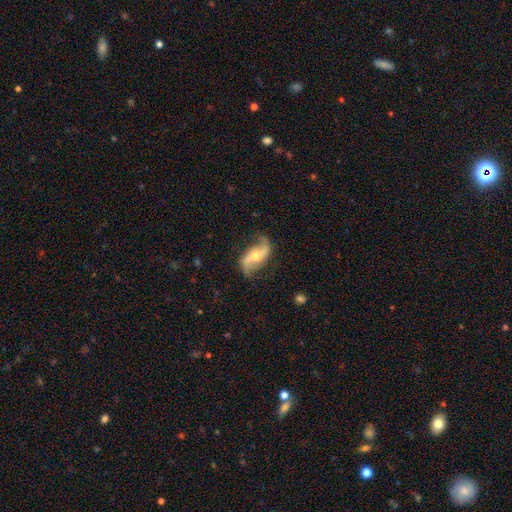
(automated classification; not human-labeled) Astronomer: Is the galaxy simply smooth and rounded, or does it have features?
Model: featured or disk — 86%.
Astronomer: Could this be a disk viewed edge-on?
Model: no — 95%.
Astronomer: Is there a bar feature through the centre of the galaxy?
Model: no — 42% (runner-up: weak, 38%).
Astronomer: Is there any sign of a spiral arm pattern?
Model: yes — 96%.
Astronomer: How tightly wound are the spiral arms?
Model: loose — 79%.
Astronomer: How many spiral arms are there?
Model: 2 — 93%.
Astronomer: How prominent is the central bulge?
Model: moderate — 58%.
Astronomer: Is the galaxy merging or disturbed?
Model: none — 77%.